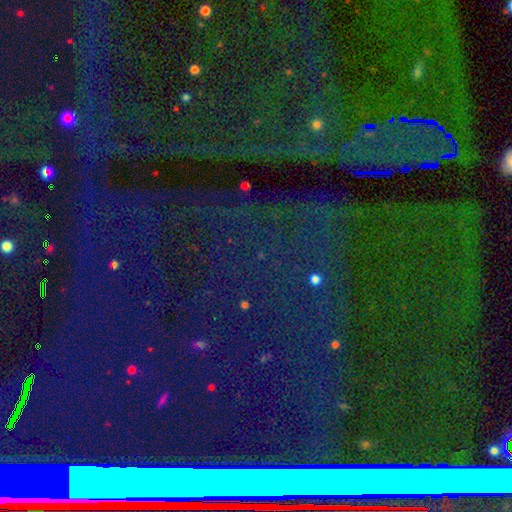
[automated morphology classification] A star or artifact, not a galaxy (86%).